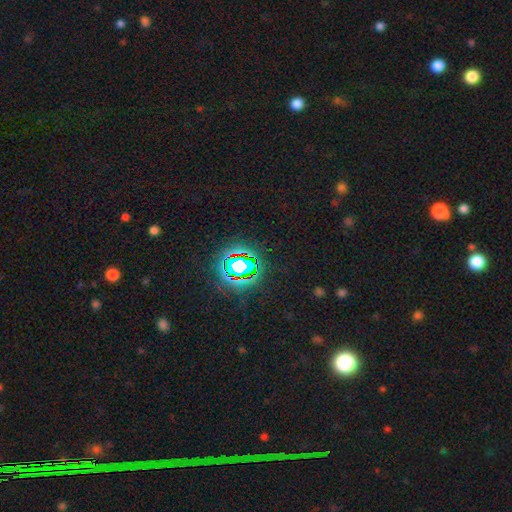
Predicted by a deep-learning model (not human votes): Smooth or featured? star or artifact (83%)